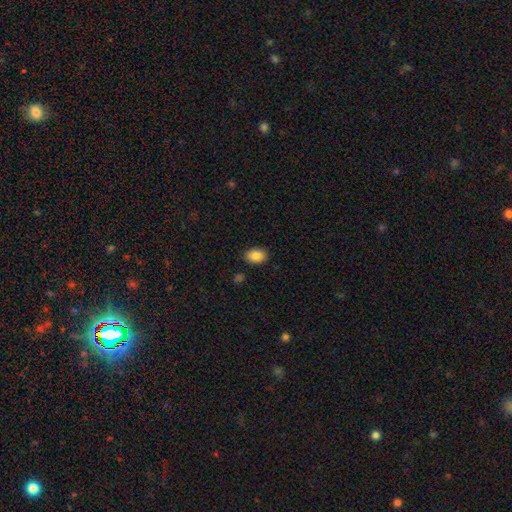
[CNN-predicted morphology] Smooth or featured? smooth (87%)
How rounded? in between (84%)
Merging? none (86%)